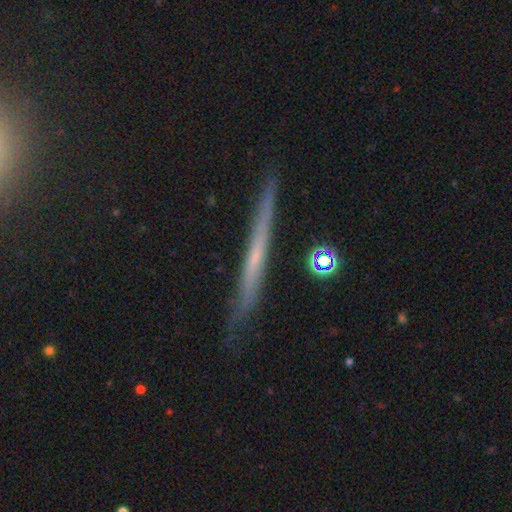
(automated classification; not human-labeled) This is possibly a featured or disk galaxy (60%). It is clearly viewed edge-on (95%). Edge-on bulge: likely none (80%). Merging: clearly none (85%).